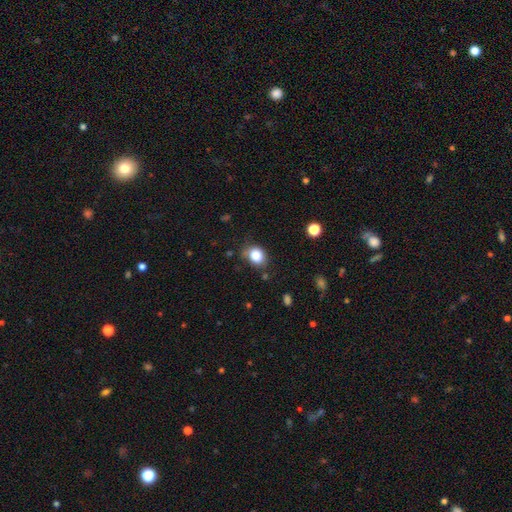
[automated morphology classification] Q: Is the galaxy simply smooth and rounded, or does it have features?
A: smooth — 84%.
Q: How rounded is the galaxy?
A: round — 58%.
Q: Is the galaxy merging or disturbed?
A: none — 68%.